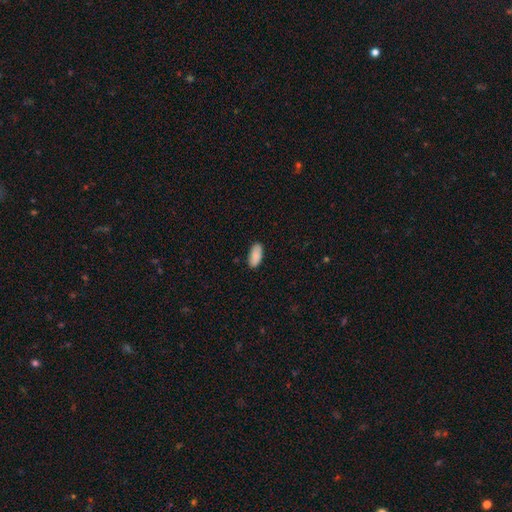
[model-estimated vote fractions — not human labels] Smooth or featured? smooth (88%)
How rounded? in between (89%)
Merging? none (87%)